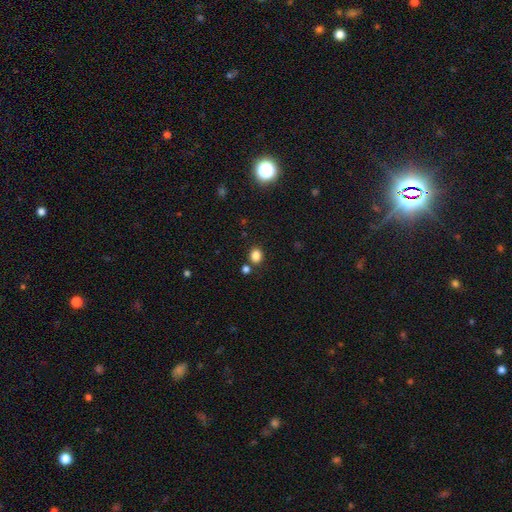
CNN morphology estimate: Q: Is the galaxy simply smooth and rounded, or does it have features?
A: smooth — 83%.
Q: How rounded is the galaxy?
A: round — 66%.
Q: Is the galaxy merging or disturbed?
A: none — 79%.